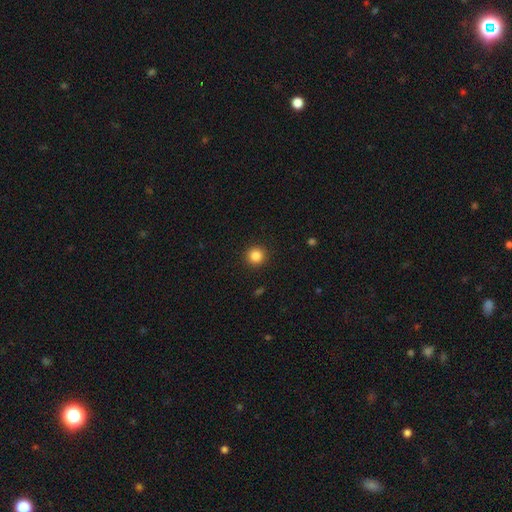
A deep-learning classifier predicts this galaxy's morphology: A smooth galaxy with no disk features (85%) that is round (95%). Merging: none (92%).